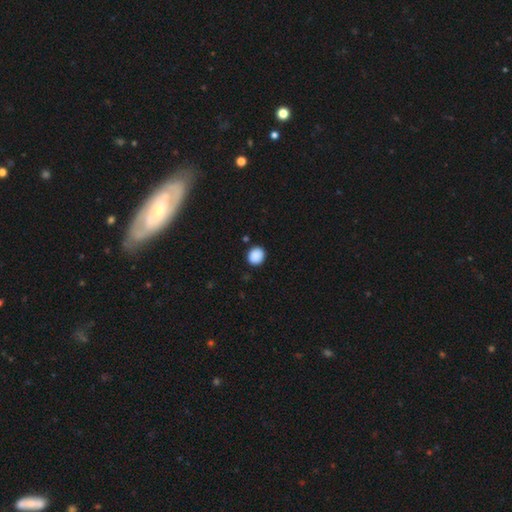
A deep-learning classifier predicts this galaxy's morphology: Smooth or featured?
  - smooth: 89% *
  - star or artifact: 9%
  - featured or disk: 3%
How rounded?
  - round: 79% *
  - in between: 21%
  - cigar-shaped: 1%
Merging?
  - none: 89% *
  - minor disturbance: 7%
  - major disturbance: 2%
  - merger: 2%